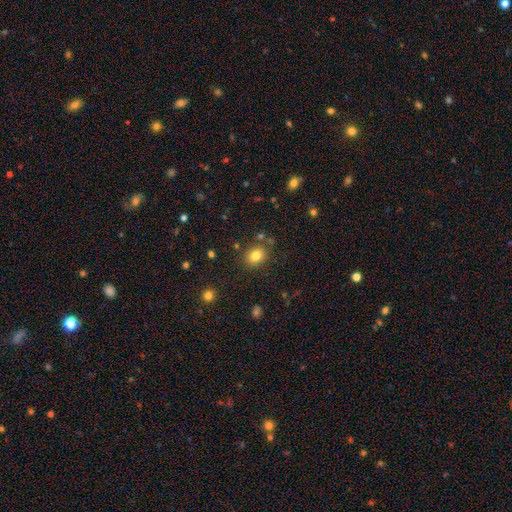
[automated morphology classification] Smooth or featured? smooth (80%)
How rounded? in between (54%)
Merging? none (80%)